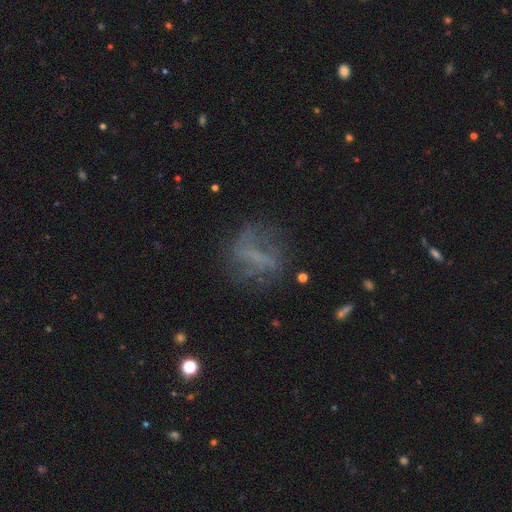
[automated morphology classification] This is possibly a featured or disk galaxy (49%). Merging: possibly none (59%).